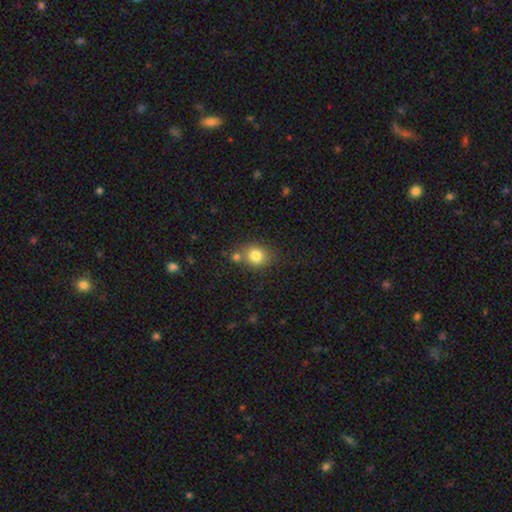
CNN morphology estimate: This is clearly a smooth galaxy (81%). How rounded: likely round (61%). Merging: possibly none (59%).